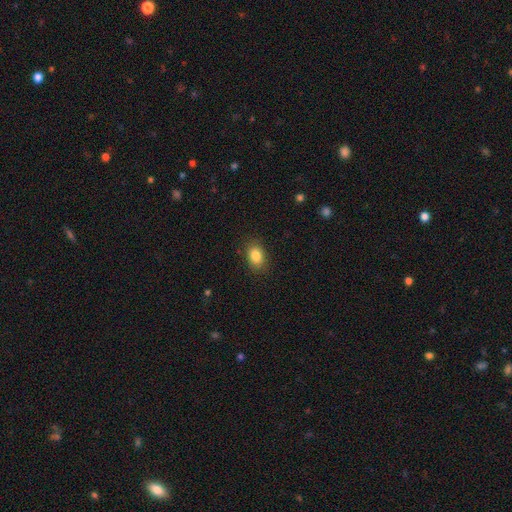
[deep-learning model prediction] smooth 85%, star or artifact 9%, featured or disk 6%. Down the decision tree: how rounded — in between (77%); merging — none (86%).